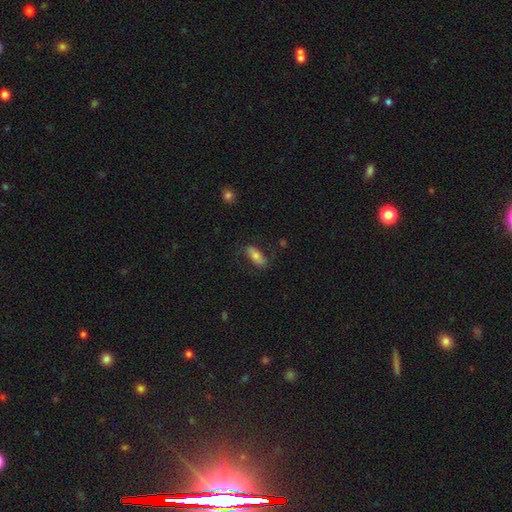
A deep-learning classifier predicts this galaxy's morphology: Smooth or featured? Predicted: smooth (p=0.69). How rounded? Predicted: in between (p=0.81). Merging? Predicted: none (p=0.71).